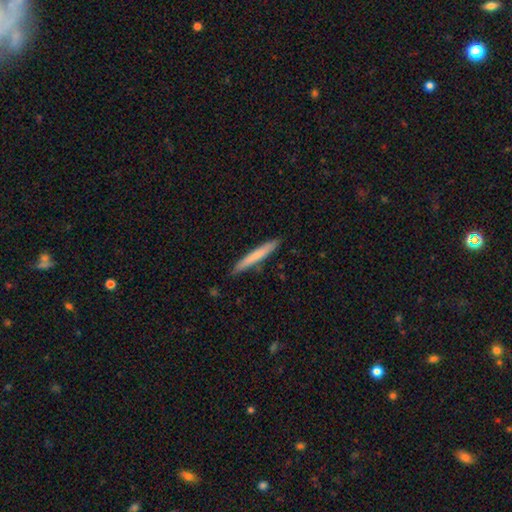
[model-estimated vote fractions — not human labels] Q: Smooth or featured?
A: smooth (71%); runner-up: featured or disk (24%)
Q: How rounded?
A: cigar-shaped (96%); runner-up: in between (3%)
Q: Merging?
A: none (89%); runner-up: minor disturbance (9%)